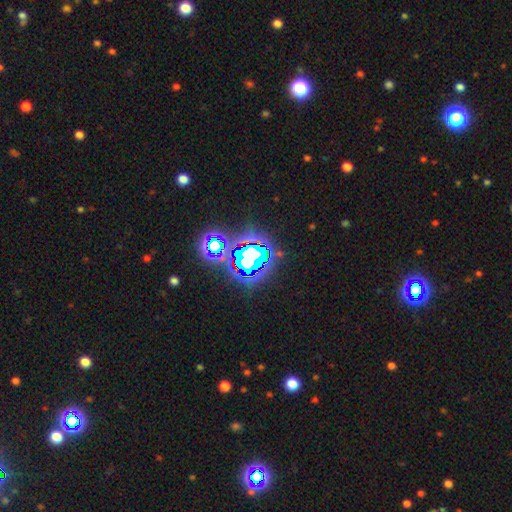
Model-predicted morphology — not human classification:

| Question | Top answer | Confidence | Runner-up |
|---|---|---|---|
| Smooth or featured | star or artifact | 81% | smooth (12%) |